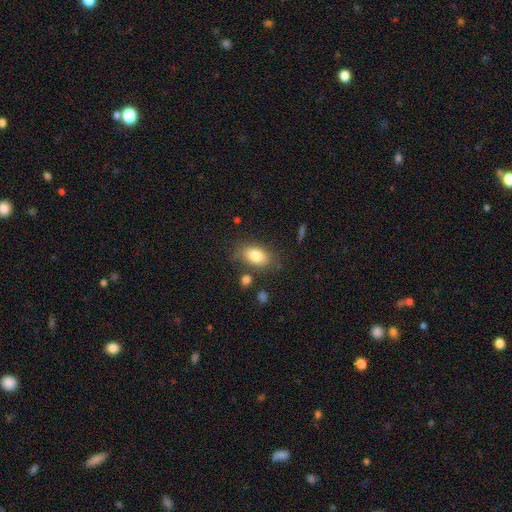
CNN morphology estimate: Smooth or featured?
  - smooth: 82% *
  - featured or disk: 10%
  - star or artifact: 8%
How rounded?
  - in between: 89% *
  - round: 8%
  - cigar-shaped: 3%
Merging?
  - none: 75% *
  - minor disturbance: 15%
  - major disturbance: 5%
  - merger: 5%